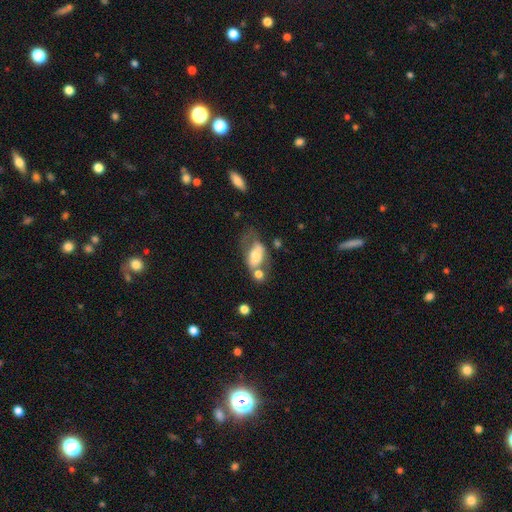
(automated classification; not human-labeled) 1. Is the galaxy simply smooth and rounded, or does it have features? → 55% smooth, 37% featured or disk, 8% star or artifact.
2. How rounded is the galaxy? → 87% in between, 9% round, 4% cigar-shaped.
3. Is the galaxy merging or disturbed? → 30% none, 28% merger, 22% major disturbance, 20% minor disturbance.